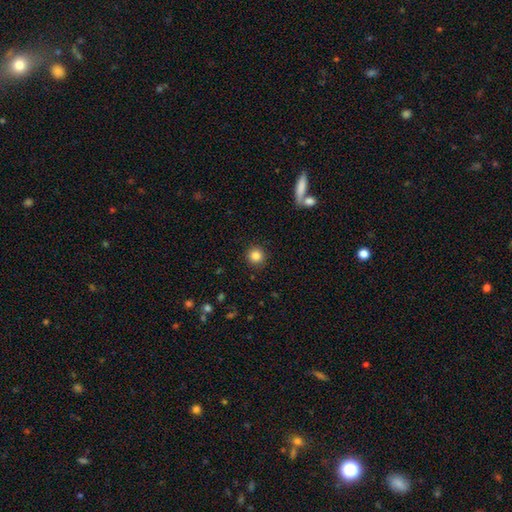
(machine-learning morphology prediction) Smooth or featured: smooth — 85% (star or artifact — 10%)
How rounded: round — 95% (in between — 5%)
Merging: none — 91% (minor disturbance — 5%)